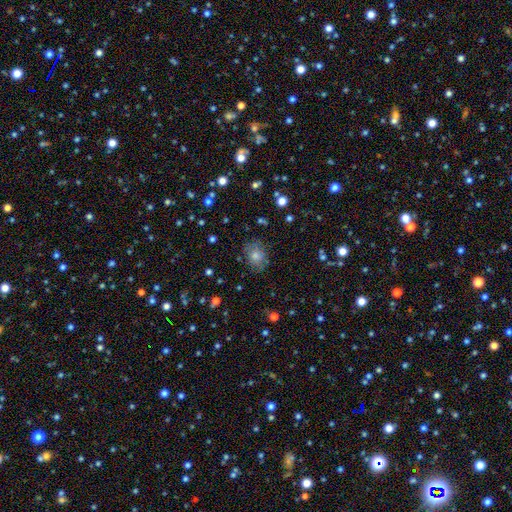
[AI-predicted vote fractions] A smooth galaxy with no disk features (58%) that is round (60%). Merging: none (80%).